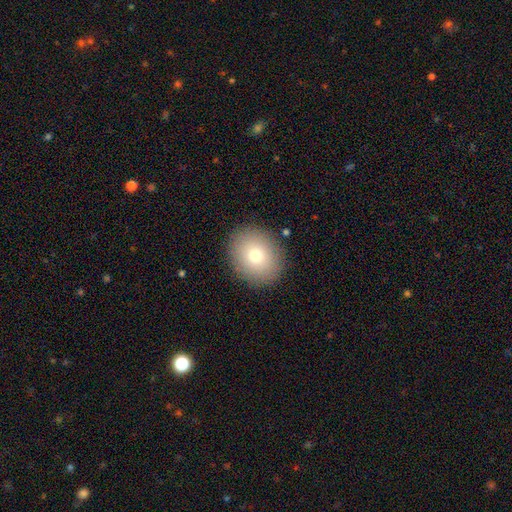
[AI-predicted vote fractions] Q: Smooth or featured?
A: smooth (76%); runner-up: featured or disk (14%)
Q: How rounded?
A: round (62%); runner-up: in between (37%)
Q: Merging?
A: none (89%); runner-up: minor disturbance (8%)